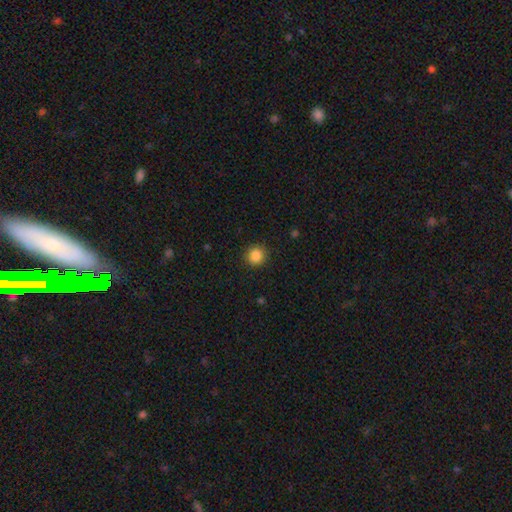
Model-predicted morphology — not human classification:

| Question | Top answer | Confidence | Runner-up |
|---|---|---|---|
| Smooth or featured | smooth | 86% | star or artifact (10%) |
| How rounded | round | 92% | in between (7%) |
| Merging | none | 90% | minor disturbance (6%) |